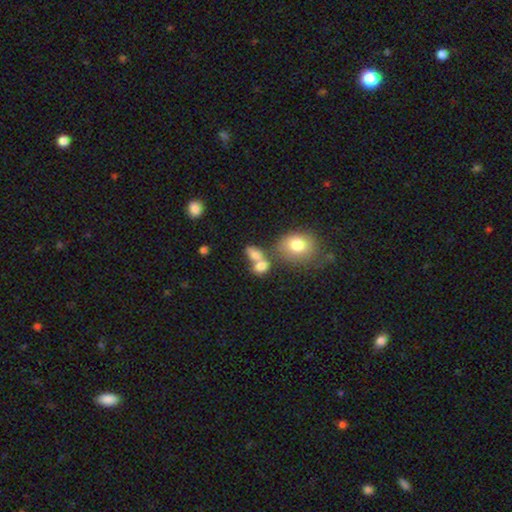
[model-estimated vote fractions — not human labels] Smooth or featured?
  - smooth: 74% *
  - featured or disk: 14%
  - star or artifact: 12%
How rounded?
  - in between: 66% *
  - round: 31%
  - cigar-shaped: 3%
Merging?
  - merger: 57% *
  - none: 26%
  - minor disturbance: 10%
  - major disturbance: 7%